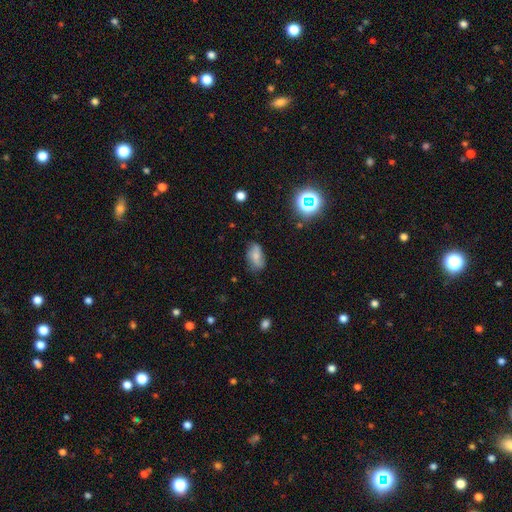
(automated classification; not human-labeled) smooth 66%, featured or disk 22%, star or artifact 11%. Down the decision tree: how rounded — in between (90%); merging — none (67%).